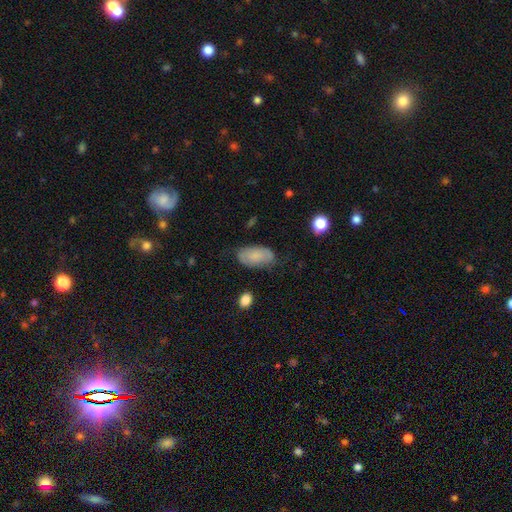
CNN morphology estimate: type=smooth (76%); roundness=in between (94%); merging=none (72%).